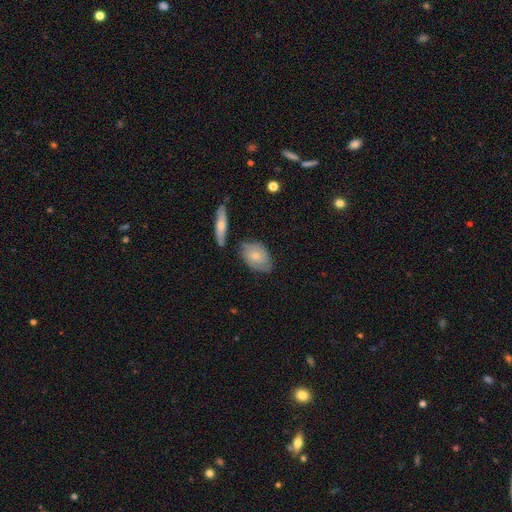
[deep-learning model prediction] smooth_or_featured: smooth (p=0.66) [alt: featured or disk p=0.28]
how_rounded: in between (p=0.87) [alt: round p=0.10]
merging: none (p=0.67) [alt: minor disturbance p=0.21]